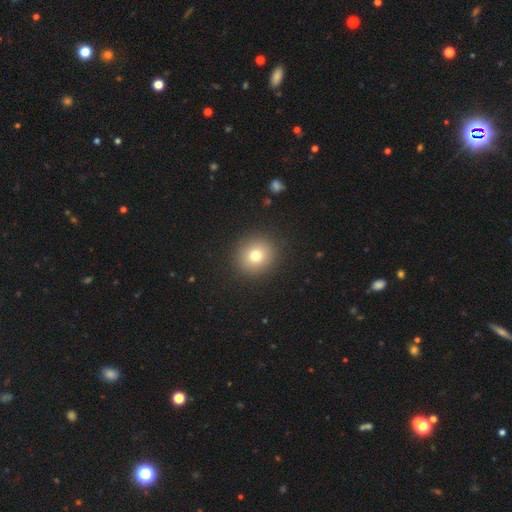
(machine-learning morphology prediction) Q: Smooth or featured?
A: smooth (77%); runner-up: star or artifact (12%)
Q: How rounded?
A: round (88%); runner-up: in between (11%)
Q: Merging?
A: none (91%); runner-up: minor disturbance (6%)